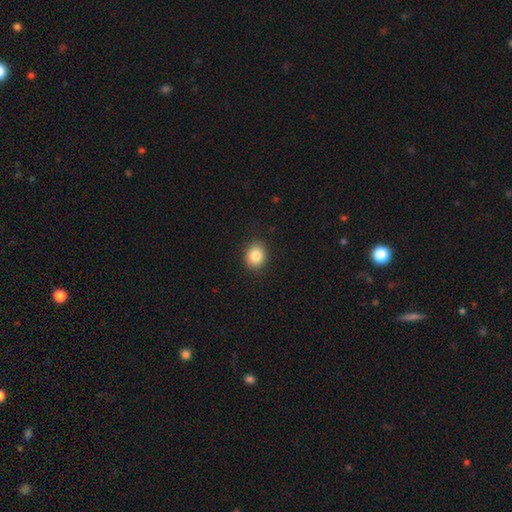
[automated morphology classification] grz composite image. It shows a smooth galaxy with no disk features (85%) that is round (60%). Merging: none (89%).